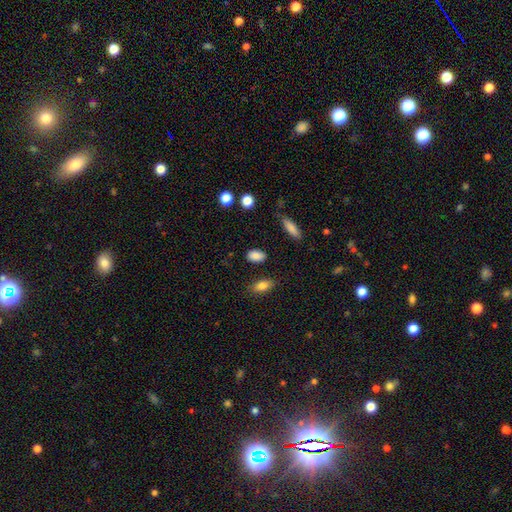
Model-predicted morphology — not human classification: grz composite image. It shows a smooth galaxy with no disk features (87%) that is in between round and cigar-shaped (89%). Merging: none (84%).